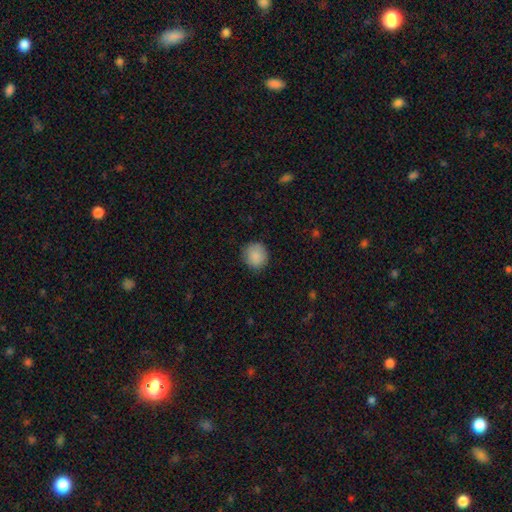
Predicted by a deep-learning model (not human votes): A smooth galaxy with no disk features (88%) that is round (90%). Merging: none (87%).